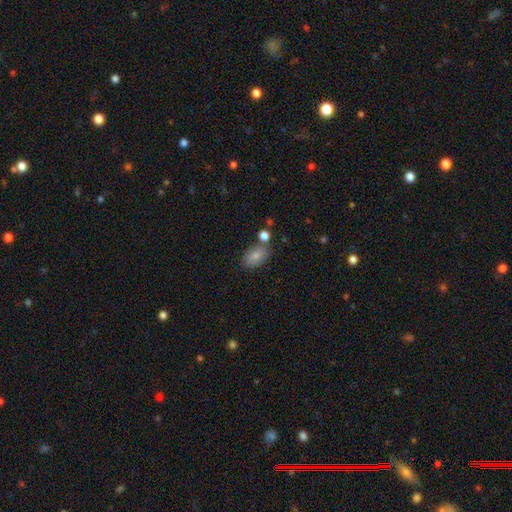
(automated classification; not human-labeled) Overall: smooth (80%). How rounded: in between (89%). Merging: none (69%).